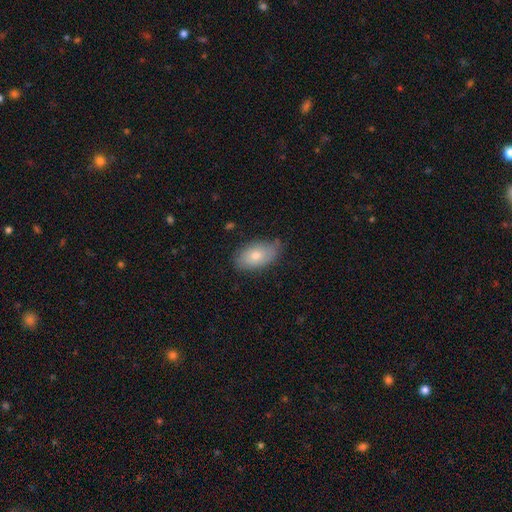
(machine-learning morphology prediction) The model was most divided on "smooth or featured": smooth: 71%, featured or disk: 23%, star or artifact: 7%. More confident: how rounded — in between (93%); merging — none (73%).